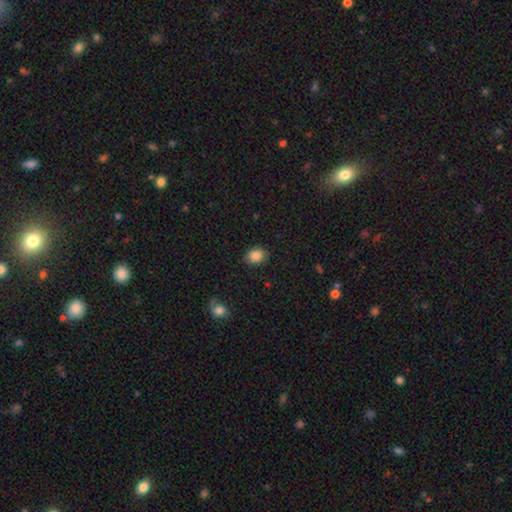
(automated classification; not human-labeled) This appears to be a smooth galaxy with no disk features (86%) that is in between round and cigar-shaped (54%). Merging: none (85%).